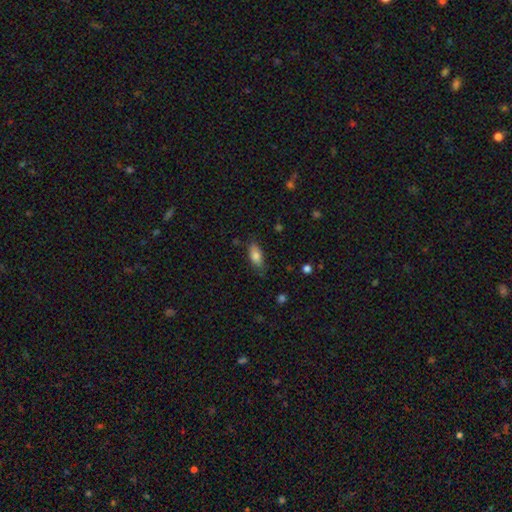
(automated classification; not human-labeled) Smooth or featured?
  - smooth: 82% *
  - featured or disk: 11%
  - star or artifact: 7%
How rounded?
  - in between: 86% *
  - cigar-shaped: 11%
  - round: 3%
Merging?
  - none: 73% *
  - minor disturbance: 20%
  - major disturbance: 5%
  - merger: 2%